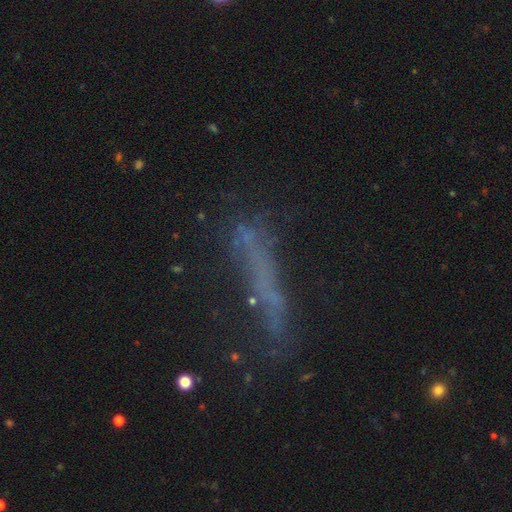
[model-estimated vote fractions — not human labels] This appears to be a featured or disk galaxy (41%). Merging: none (59%).